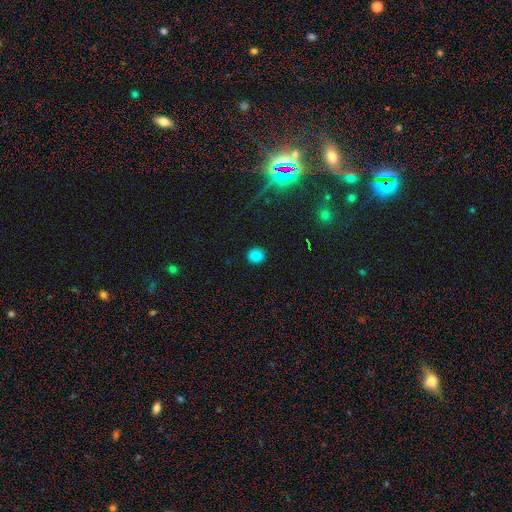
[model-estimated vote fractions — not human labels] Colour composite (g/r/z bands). It shows a smooth galaxy with no disk features (82%) that is round (84%). Merging: none (90%).